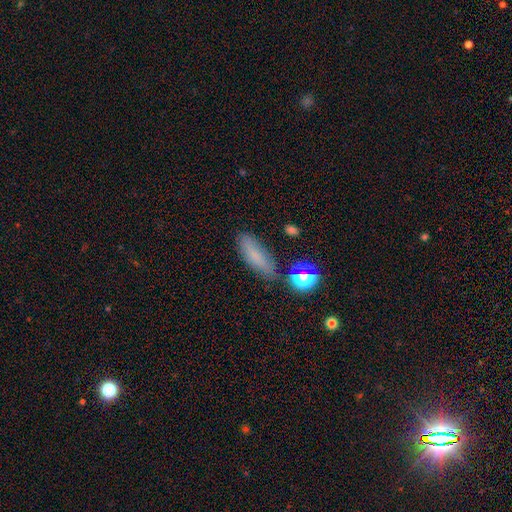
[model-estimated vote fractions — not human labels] This appears to be a smooth galaxy with no disk features (74%) that is in between round and cigar-shaped (53%). Merging: none (73%).